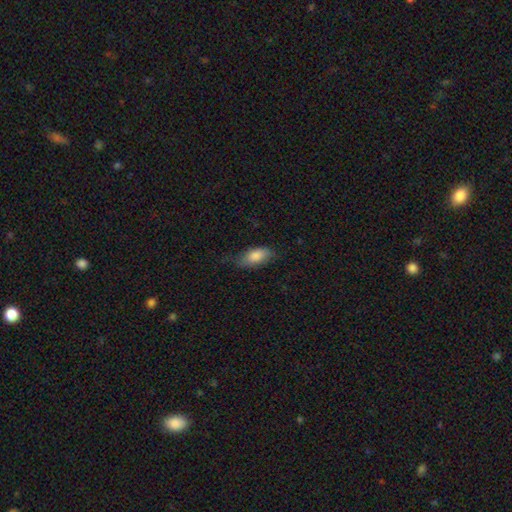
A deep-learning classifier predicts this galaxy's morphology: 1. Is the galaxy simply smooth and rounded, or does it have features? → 83% smooth, 11% featured or disk, 6% star or artifact.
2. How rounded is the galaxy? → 87% in between, 10% cigar-shaped, 3% round.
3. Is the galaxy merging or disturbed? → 59% none, 30% minor disturbance, 9% major disturbance, 1% merger.